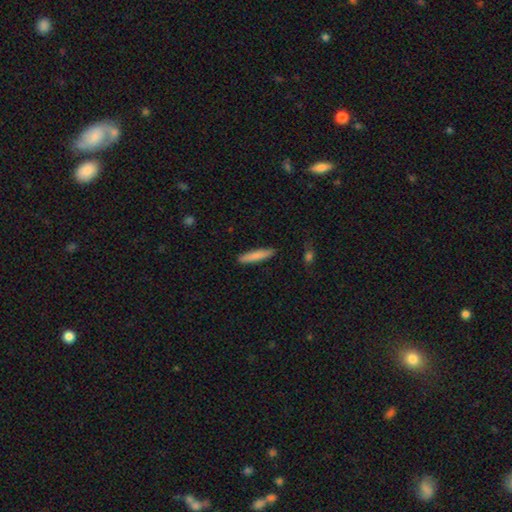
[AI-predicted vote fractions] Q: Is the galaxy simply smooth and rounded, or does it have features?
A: smooth — 82%.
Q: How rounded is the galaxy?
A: cigar-shaped — 89%.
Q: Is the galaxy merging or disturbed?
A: none — 89%.